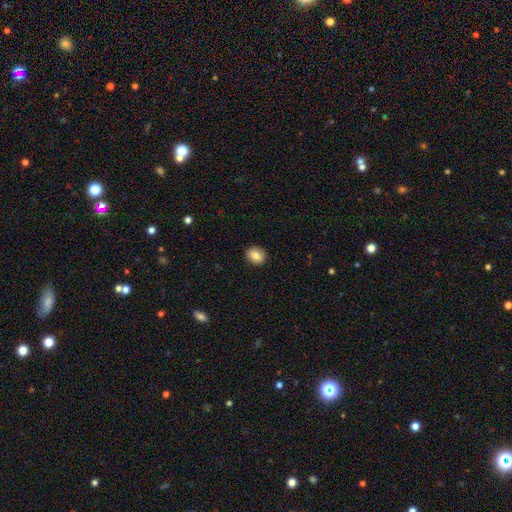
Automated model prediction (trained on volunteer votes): This appears to be a smooth galaxy with no disk features (84%) that is round (65%). Merging: none (90%).